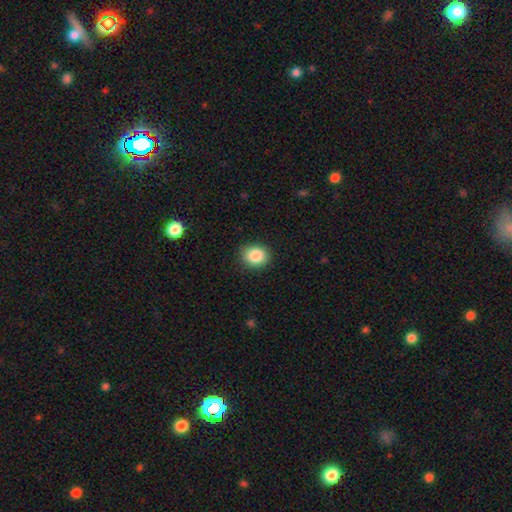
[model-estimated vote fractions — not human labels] A smooth galaxy with no disk features (86%) that is round (68%).

Vote fractions:
- Smooth or featured? smooth: 86% / star or artifact: 9% / featured or disk: 5%
- How rounded? round: 68% / in between: 31% / cigar-shaped: 1%
- Merging? none: 86% / minor disturbance: 11% / major disturbance: 2% / merger: 1%